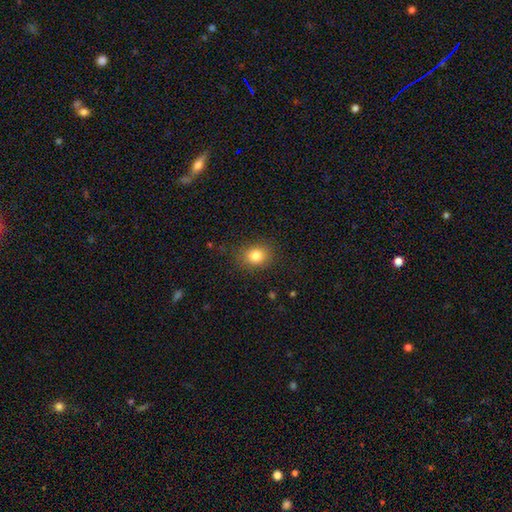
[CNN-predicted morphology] Overall: smooth (83%). How rounded: round (59%; in between 40%). Merging: none (84%).